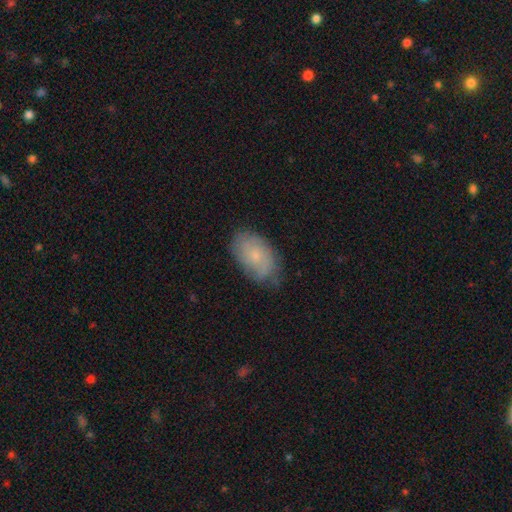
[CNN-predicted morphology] smooth 51%, featured or disk 41%, star or artifact 8%. Down the decision tree: how rounded — in between (89%); merging — none (69%).